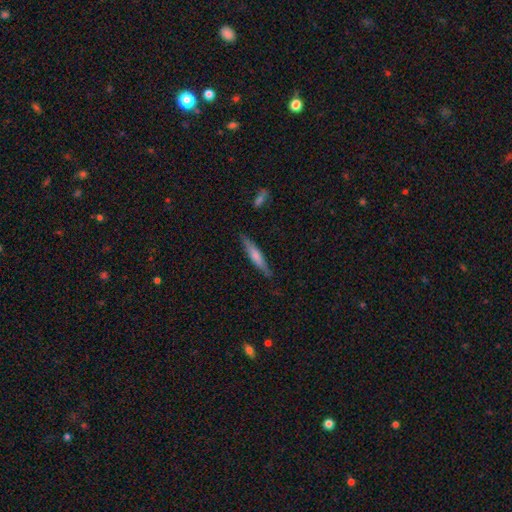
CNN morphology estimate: This appears to be a smooth galaxy with no disk features (58%) that is cigar-shaped (90%). Merging: none (84%).